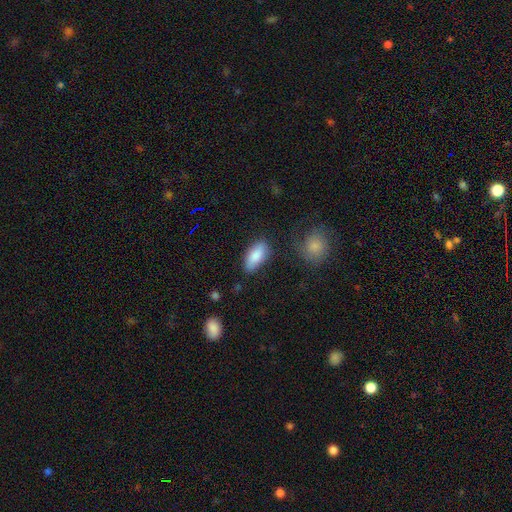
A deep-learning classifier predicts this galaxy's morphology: This appears to be a smooth galaxy with no disk features (84%) that is in between round and cigar-shaped (88%). Merging: none (75%).